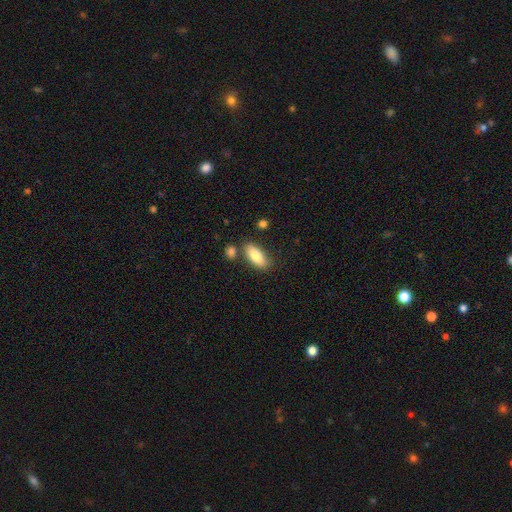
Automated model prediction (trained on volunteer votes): Smooth or featured: smooth — 82% (featured or disk — 12%)
How rounded: in between — 82% (cigar-shaped — 15%)
Merging: none — 75% (minor disturbance — 13%)